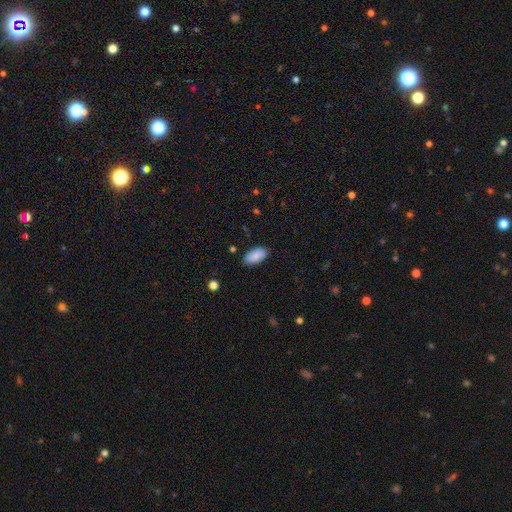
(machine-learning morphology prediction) Q: Smooth or featured?
A: smooth (84%); runner-up: featured or disk (10%)
Q: How rounded?
A: in between (95%); runner-up: cigar-shaped (3%)
Q: Merging?
A: none (85%); runner-up: minor disturbance (12%)